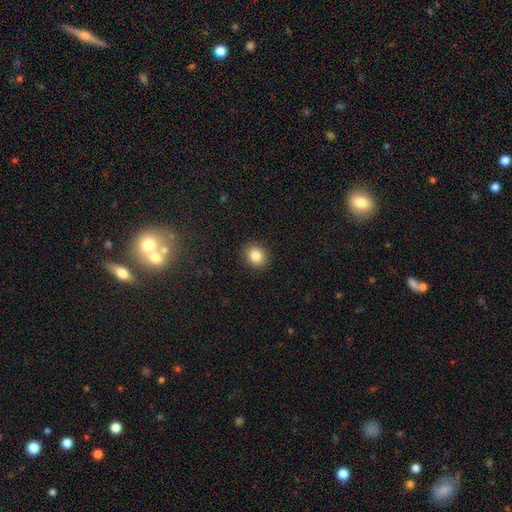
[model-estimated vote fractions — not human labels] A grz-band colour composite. It shows a smooth galaxy with no disk features (84%) that is round (63%). Merging: none (90%).